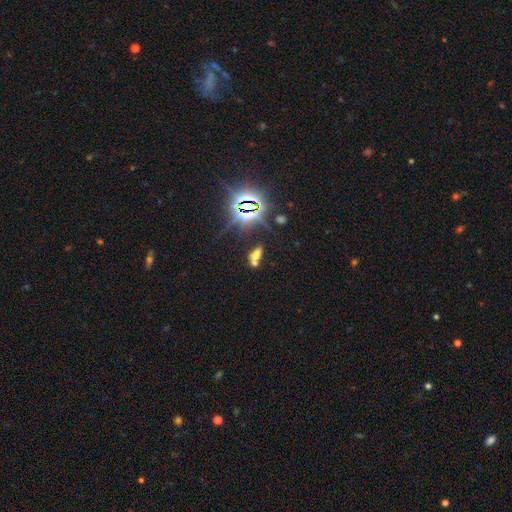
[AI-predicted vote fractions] Smooth or featured?
  - smooth: 50% *
  - star or artifact: 34%
  - featured or disk: 17%
Merging?
  - merger: 49% *
  - none: 35%
  - minor disturbance: 10%
  - major disturbance: 6%